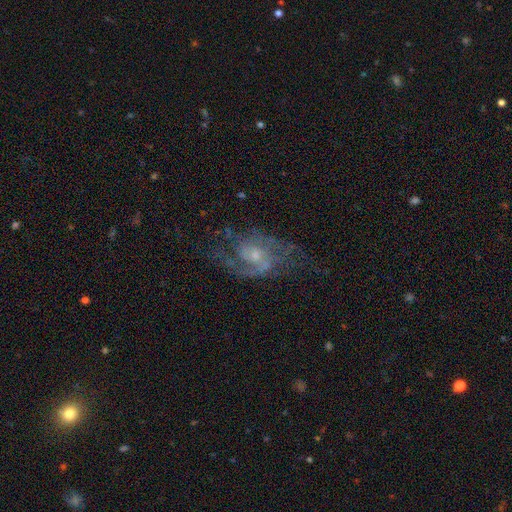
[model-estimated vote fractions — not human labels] Morphology: type=featured or disk (81%); edge-on=no (97%); bar=no (65%); spiral arms=yes (88%); winding=medium (48%); arm count=2 (60%); bulge=small (60%); merging=none (56%).